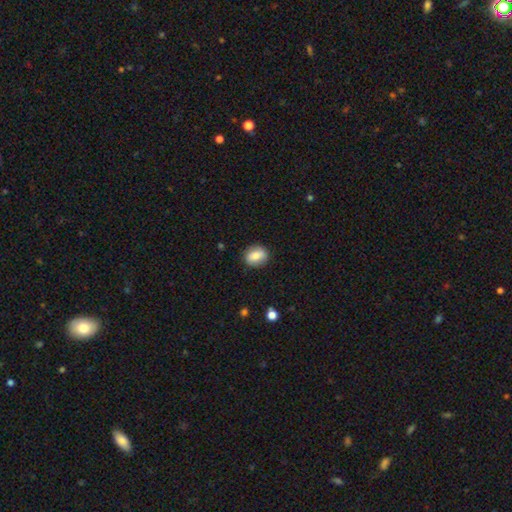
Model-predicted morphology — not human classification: This appears to be a smooth galaxy with no disk features (80%) that is in between round and cigar-shaped (49%, tied with round). Merging: none (86%).